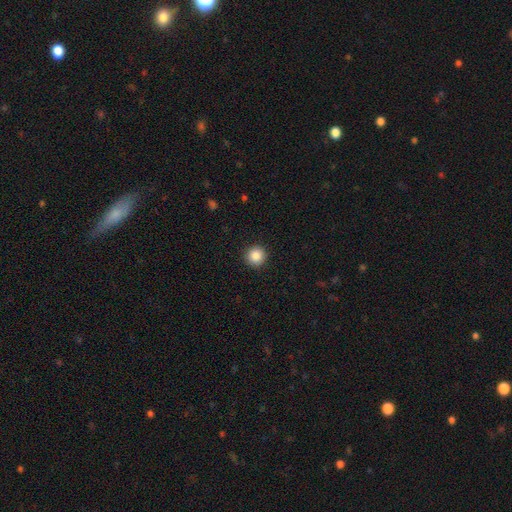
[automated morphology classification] Smooth or featured? Predicted: smooth (p=0.88). How rounded? Predicted: round (p=0.95). Merging? Predicted: none (p=0.92).